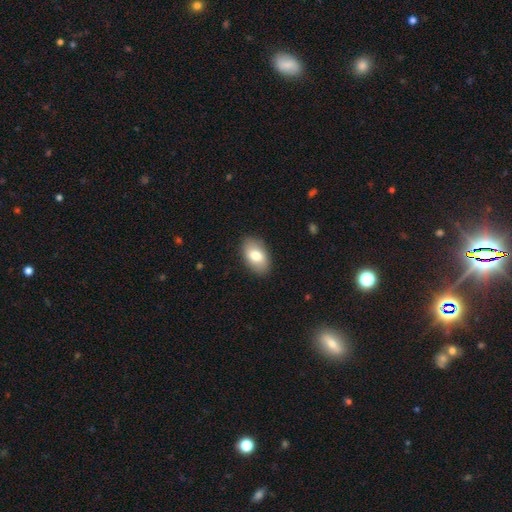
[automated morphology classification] This is likely a smooth galaxy (78%). How rounded: clearly in between (92%). Merging: clearly none (87%).